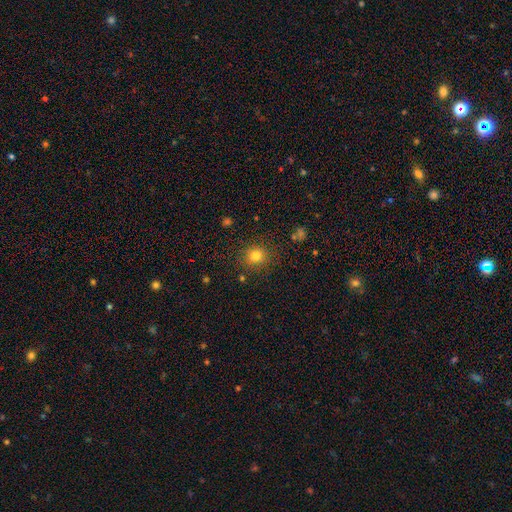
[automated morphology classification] type=smooth (79%); roundness=round (86%); merging=none (86%).